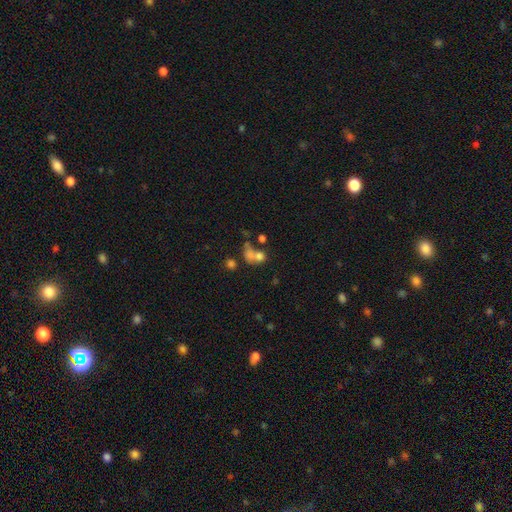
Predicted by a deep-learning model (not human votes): This appears to be a smooth galaxy with no disk features (66%) that is round (60%). Merging: merger (50%).